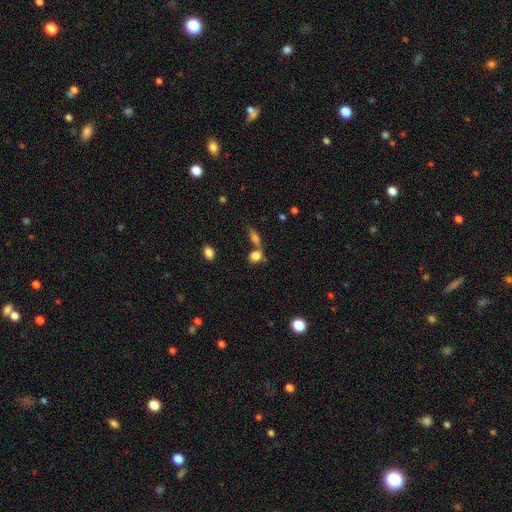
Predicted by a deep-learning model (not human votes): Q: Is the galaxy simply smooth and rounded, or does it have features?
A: smooth — 81%.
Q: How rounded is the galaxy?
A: in between — 57%.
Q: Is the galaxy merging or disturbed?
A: none — 42%.